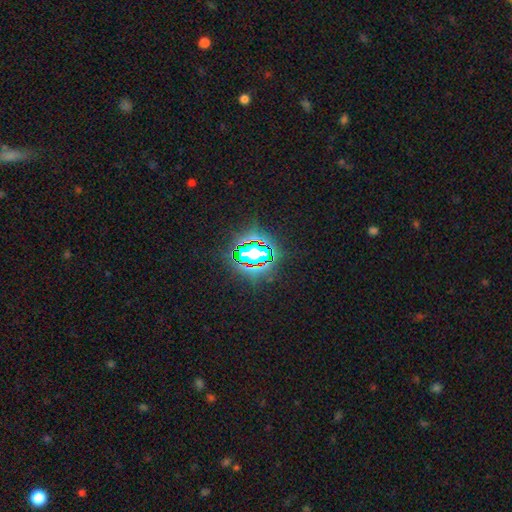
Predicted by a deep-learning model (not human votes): Smooth or featured? Predicted: star or artifact (p=0.80).